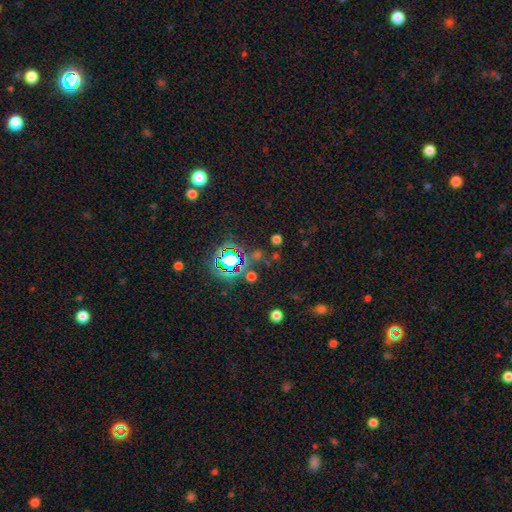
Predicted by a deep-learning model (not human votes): Morphology: type=star or artifact (74%).